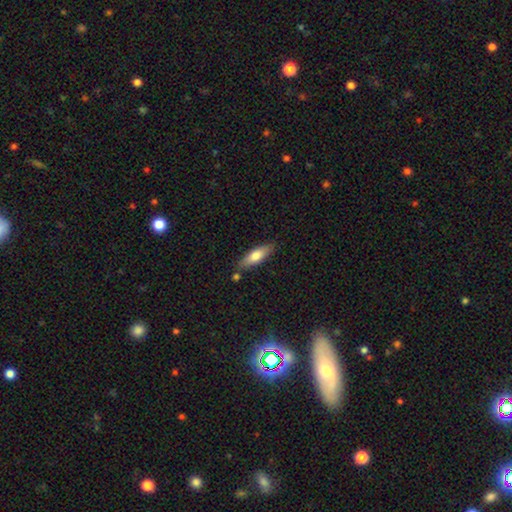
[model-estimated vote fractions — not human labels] A smooth galaxy with no disk features (71%) that is cigar-shaped (51%).

Vote fractions:
- Smooth or featured? smooth: 71% / featured or disk: 23% / star or artifact: 6%
- How rounded? cigar-shaped: 51% / in between: 47% / round: 2%
- Merging? none: 78% / minor disturbance: 13% / merger: 6% / major disturbance: 3%